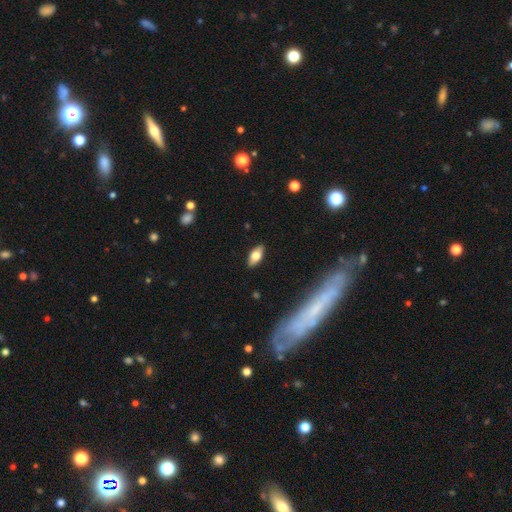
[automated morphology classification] smooth-or-featured: smooth: 72% | featured or disk: 20% | star or artifact: 8%
  how-rounded: in between: 88% | cigar-shaped: 9% | round: 3%
  merging: none: 88% | minor disturbance: 9% | major disturbance: 2% | merger: 1%